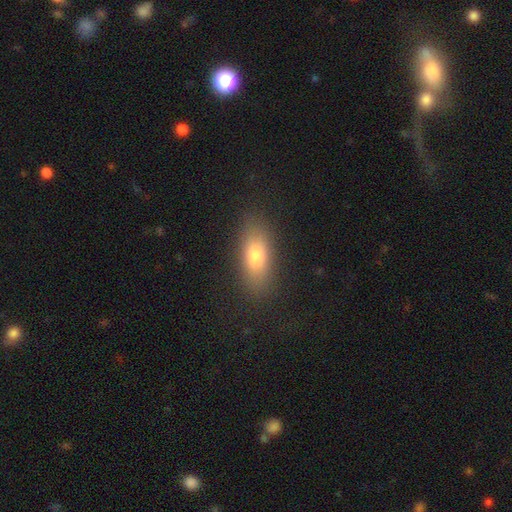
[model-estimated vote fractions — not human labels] A smooth galaxy with no disk features (76%) that is in between round and cigar-shaped (75%). Merging: none (85%).